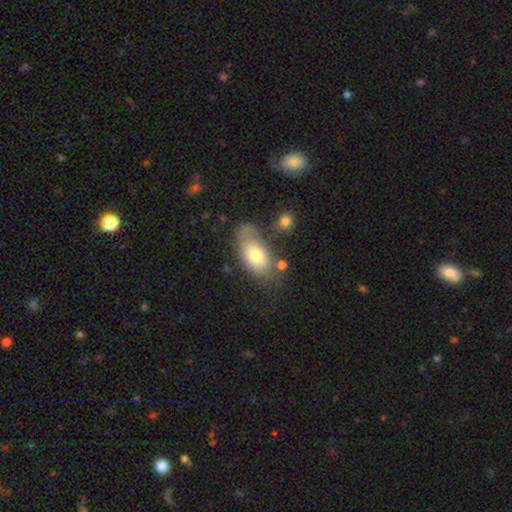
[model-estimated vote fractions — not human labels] Smooth or featured: smooth — 72% (featured or disk — 21%)
How rounded: in between — 91% (round — 6%)
Merging: none — 49% (minor disturbance — 24%)